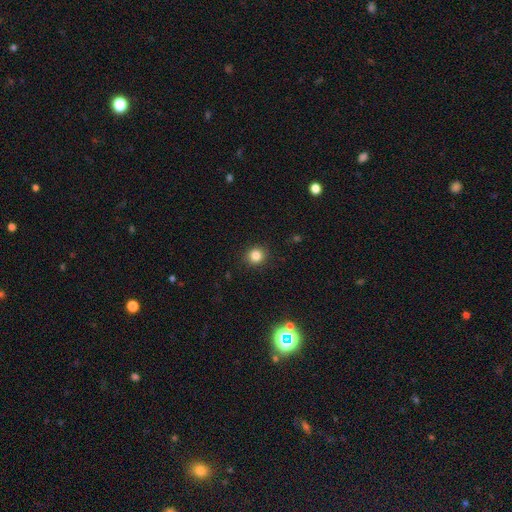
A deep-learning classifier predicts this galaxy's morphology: Smooth or featured? Predicted: smooth (p=0.83). How rounded? Predicted: round (p=0.90). Merging? Predicted: none (p=0.91).